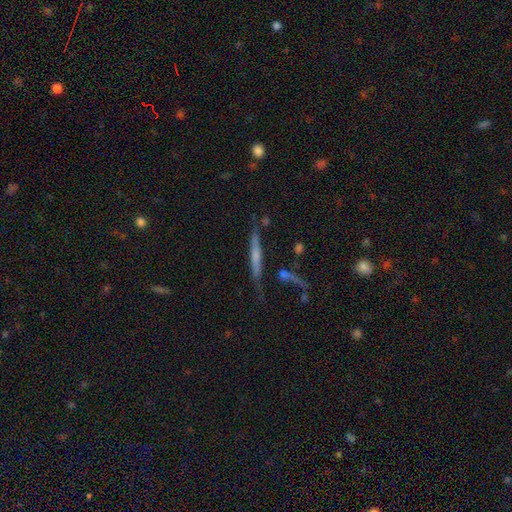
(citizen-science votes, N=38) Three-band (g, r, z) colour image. It shows a featured or disk galaxy (61%) viewed edge-on (96%) with no central bulge (45%). Merging: none (65%).